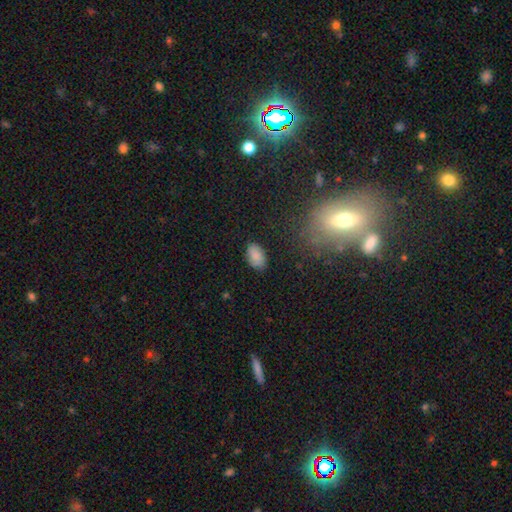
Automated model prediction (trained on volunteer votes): smooth_or_featured: smooth (p=0.85) [alt: star or artifact p=0.08]
how_rounded: in between (p=0.92) [alt: round p=0.07]
merging: none (p=0.83) [alt: minor disturbance p=0.13]